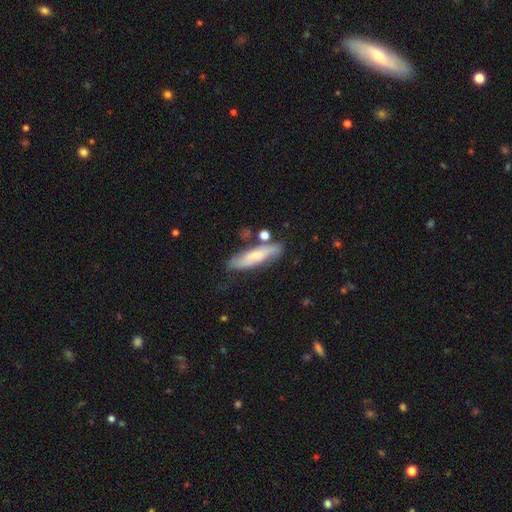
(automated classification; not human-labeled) Smooth or featured? Predicted: smooth (p=0.54). How rounded? Predicted: cigar-shaped (p=0.64). Merging? Predicted: none (p=0.65).